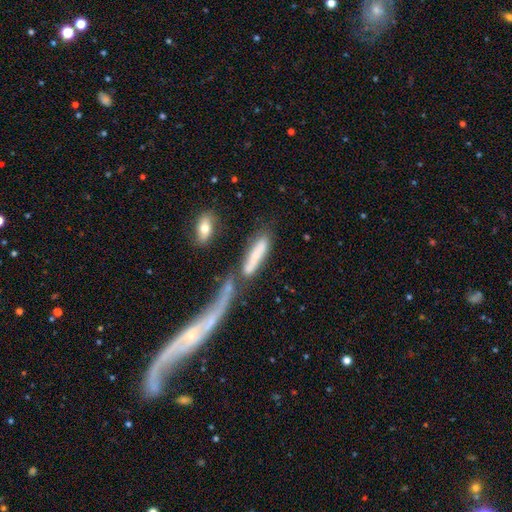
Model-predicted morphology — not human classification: smooth_or_featured: smooth (p=0.64) [alt: featured or disk p=0.27]
how_rounded: cigar-shaped (p=0.73) [alt: in between p=0.24]
merging: merger (p=0.43) [alt: none p=0.31]